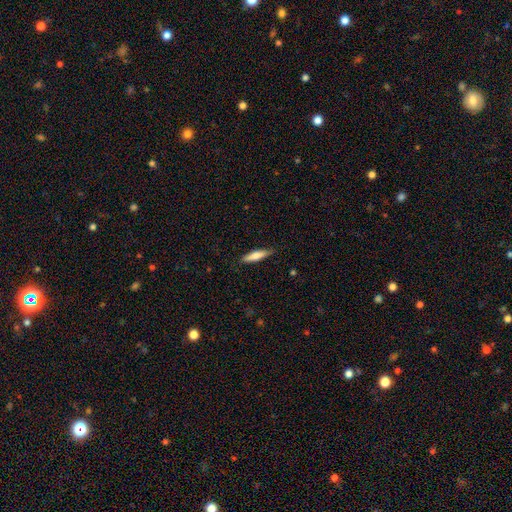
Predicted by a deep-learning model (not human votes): Smooth or featured? smooth (67%)
How rounded? cigar-shaped (78%)
Merging? none (86%)